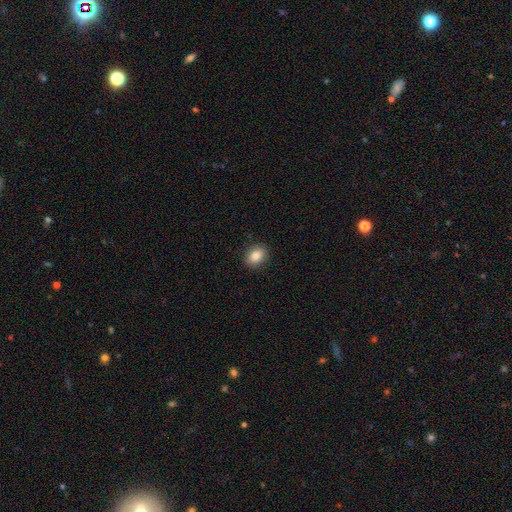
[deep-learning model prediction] Morphology: type=smooth (87%); roundness=in between (65%); merging=none (90%).